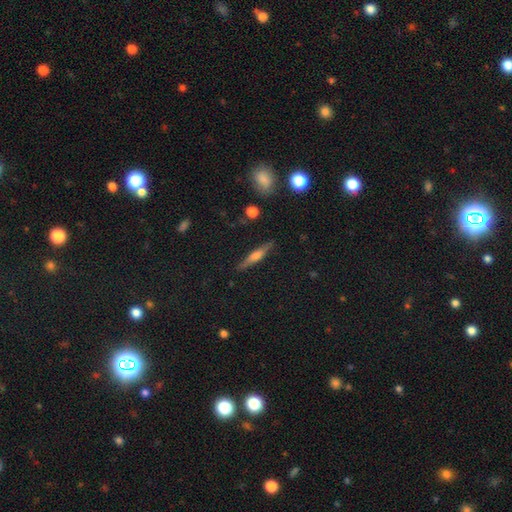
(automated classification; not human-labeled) A featured or disk galaxy (63%) viewed edge-on (97%) with a rounded central bulge (79%). Merging: none (88%).